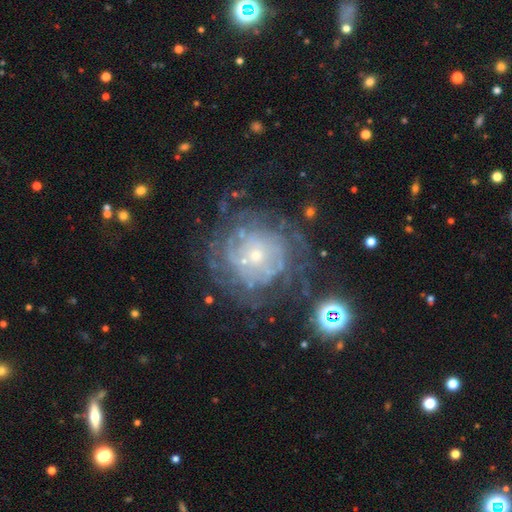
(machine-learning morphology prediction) smooth_or_featured: featured or disk (p=0.77) [alt: smooth p=0.13]
disk_edge_on: no (p=0.97) [alt: yes p=0.03]
bar: no (p=0.82) [alt: weak p=0.14]
has_spiral_arms: yes (p=0.78) [alt: no p=0.22]
spiral_winding: tight (p=0.71) [alt: medium p=0.21]
spiral_arm_count: can't tell (p=0.55) [alt: more than 4 p=0.11]
bulge_size: small (p=0.69) [alt: moderate p=0.25]
merging: none (p=0.69) [alt: minor disturbance p=0.16]